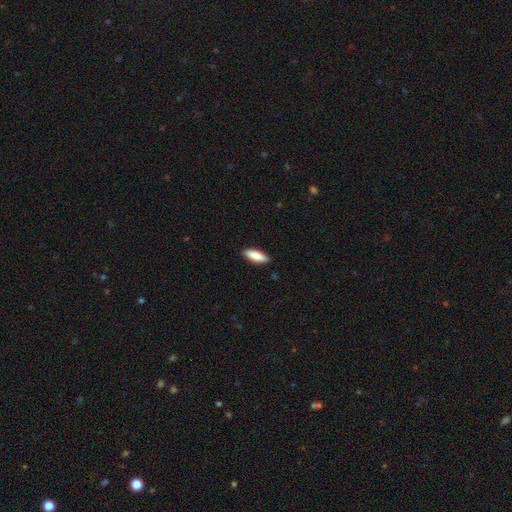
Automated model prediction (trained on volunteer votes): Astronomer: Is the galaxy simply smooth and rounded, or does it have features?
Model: smooth — 85%.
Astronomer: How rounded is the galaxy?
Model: in between — 55% (runner-up: cigar-shaped, 43%).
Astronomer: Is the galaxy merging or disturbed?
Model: none — 89%.